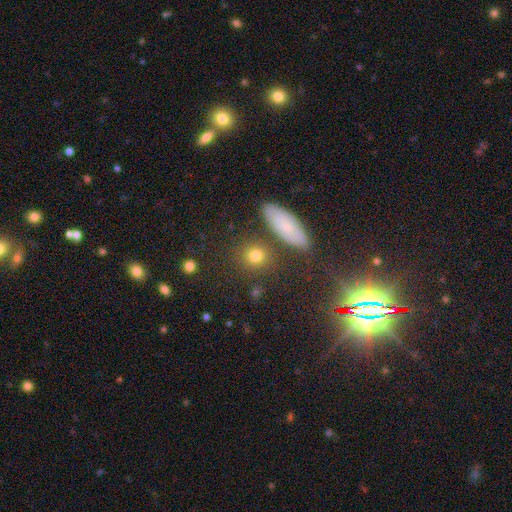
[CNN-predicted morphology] smooth 74%, star or artifact 16%, featured or disk 10%. Down the decision tree: how rounded — round (79%); merging — none (83%).